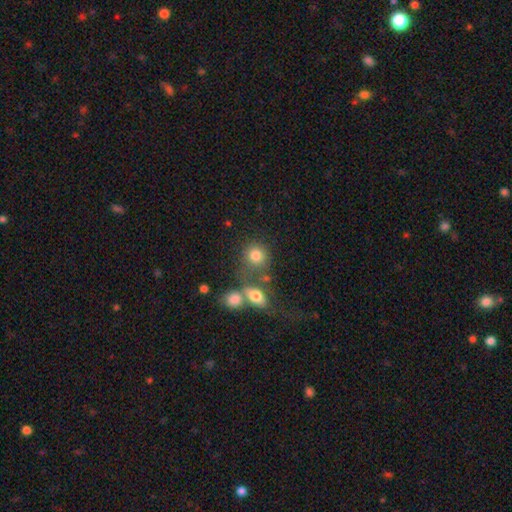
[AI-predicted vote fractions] Morphology: type=smooth (78%); roundness=round (78%); merging=none (54%).